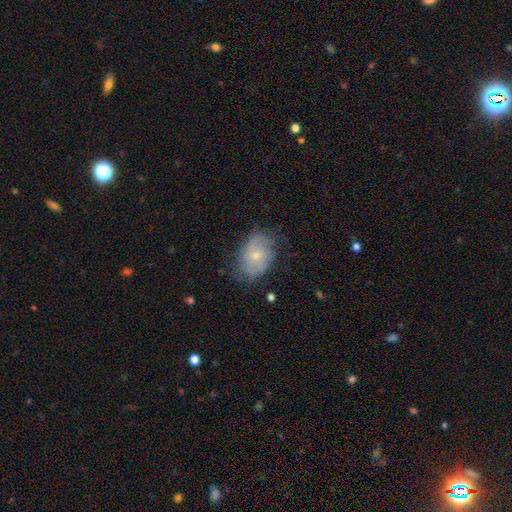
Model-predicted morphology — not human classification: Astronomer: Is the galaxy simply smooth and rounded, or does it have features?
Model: featured or disk — 47% (runner-up: smooth, 45%).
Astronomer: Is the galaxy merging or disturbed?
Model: none — 66%.